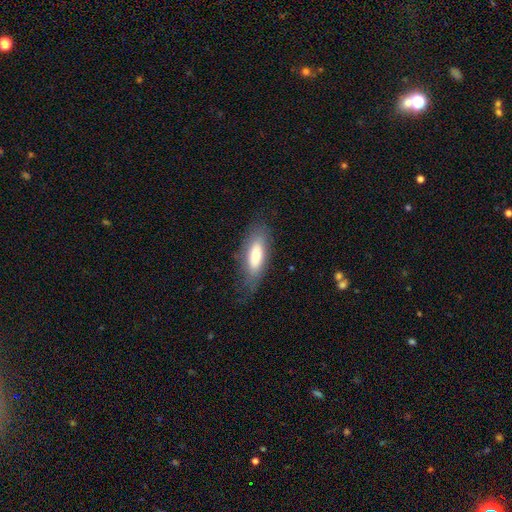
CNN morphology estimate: This is likely a smooth galaxy (71%). How rounded: likely in between (66%). Merging: likely none (70%).